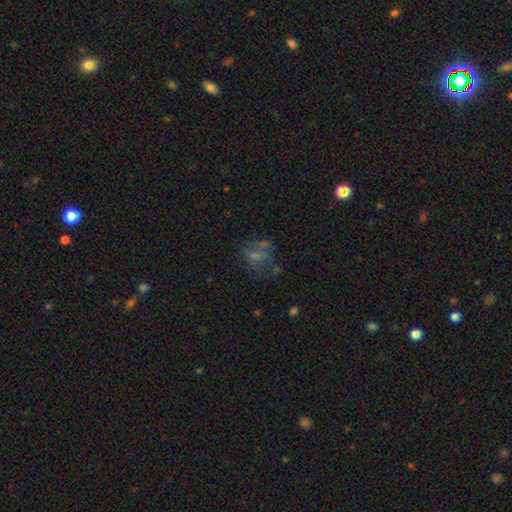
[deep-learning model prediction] Smooth or featured?
  - featured or disk: 39% *
  - smooth: 36%
  - star or artifact: 25%
Merging?
  - none: 47% *
  - major disturbance: 22%
  - minor disturbance: 19%
  - merger: 12%